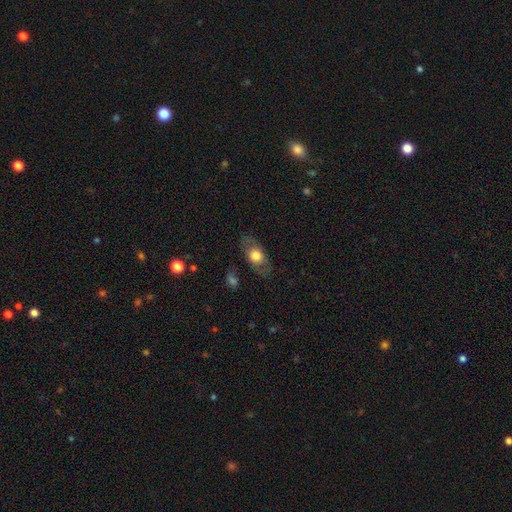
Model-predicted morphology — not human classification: Smooth or featured?
  - smooth: 58% *
  - featured or disk: 35%
  - star or artifact: 7%
How rounded?
  - in between: 80% *
  - round: 15%
  - cigar-shaped: 5%
Merging?
  - none: 78% *
  - minor disturbance: 14%
  - major disturbance: 6%
  - merger: 2%